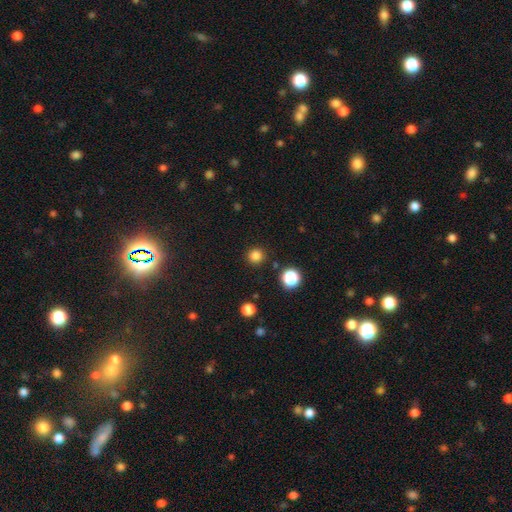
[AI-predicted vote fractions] A smooth galaxy with no disk features (82%) that is round (95%).

Vote fractions:
- Smooth or featured? smooth: 82% / star or artifact: 15% / featured or disk: 4%
- How rounded? round: 95% / in between: 4% / cigar-shaped: 1%
- Merging? none: 91% / minor disturbance: 6% / major disturbance: 2% / merger: 2%